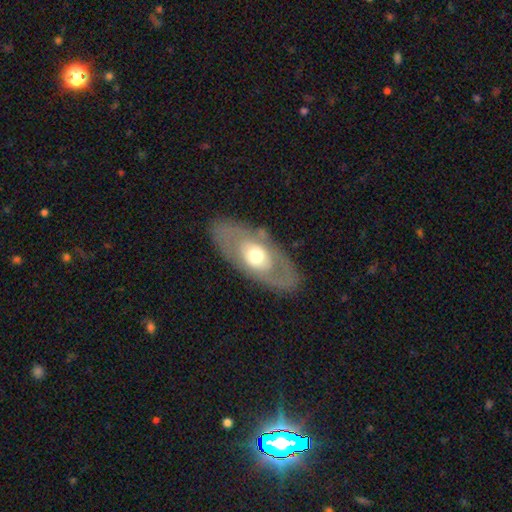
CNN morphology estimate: This is possibly a featured or disk galaxy (58%). It is clearly not viewed edge-on (83%). Merging: clearly none (80%).